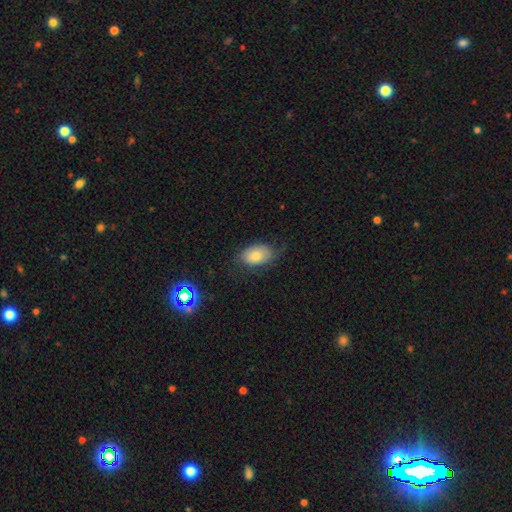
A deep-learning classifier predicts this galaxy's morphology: Smooth or featured: smooth — 69% (featured or disk — 20%)
How rounded: in between — 88% (round — 10%)
Merging: none — 60% (minor disturbance — 27%)